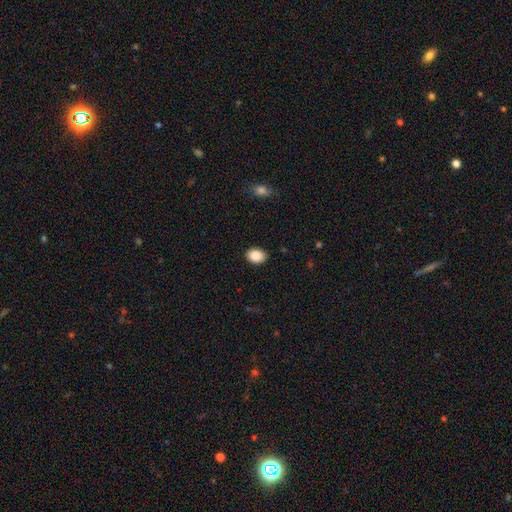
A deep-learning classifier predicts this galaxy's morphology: type=smooth (90%); roundness=in between (71%); merging=none (87%).